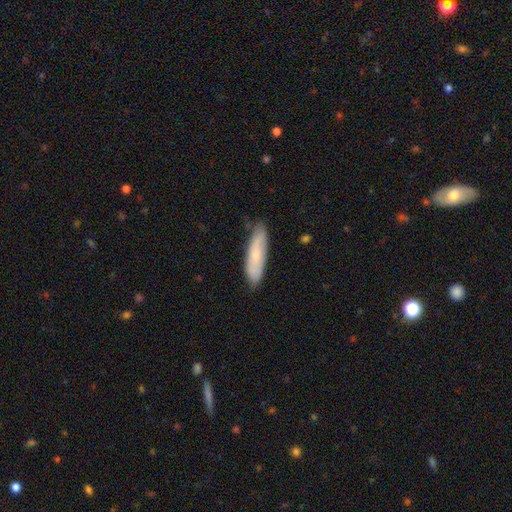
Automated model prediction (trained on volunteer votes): This appears to be a smooth galaxy with no disk features (68%) that is cigar-shaped (65%). Merging: none (77%).